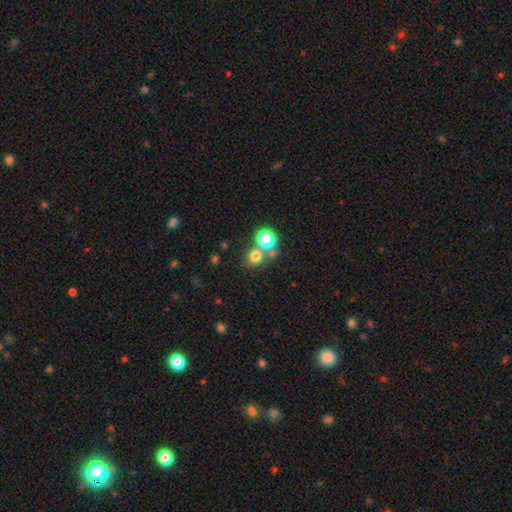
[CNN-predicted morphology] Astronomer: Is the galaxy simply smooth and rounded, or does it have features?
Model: smooth — 72%.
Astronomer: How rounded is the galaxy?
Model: round — 80%.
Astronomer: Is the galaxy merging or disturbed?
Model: none — 56% (runner-up: merger, 32%).